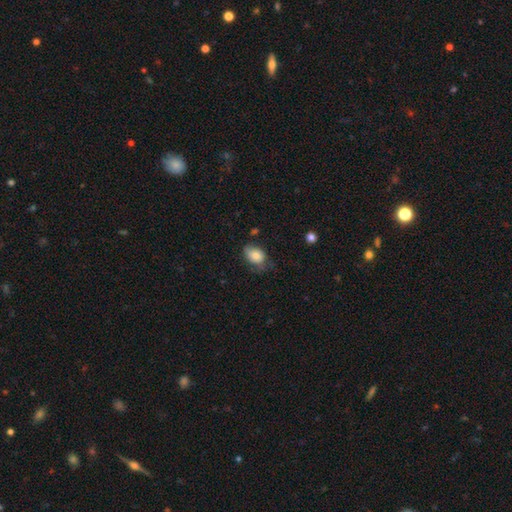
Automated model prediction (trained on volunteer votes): smooth_or_featured: smooth (p=0.77) [alt: featured or disk p=0.15]
how_rounded: in between (p=0.78) [alt: round p=0.21]
merging: none (p=0.47) [alt: minor disturbance p=0.35]